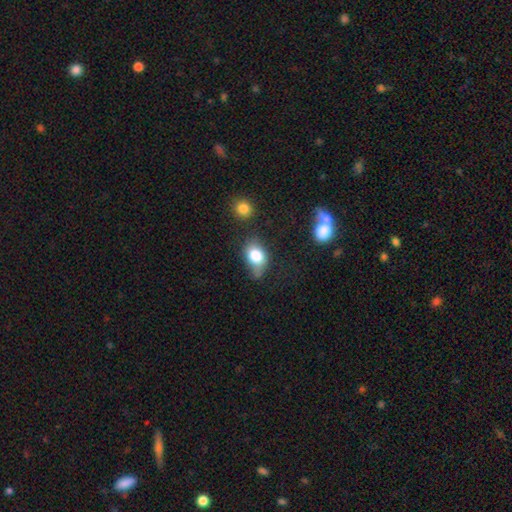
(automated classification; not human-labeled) smooth-or-featured: smooth: 78% | featured or disk: 13% | star or artifact: 9%
  how-rounded: in between: 71% | round: 27% | cigar-shaped: 2%
  merging: none: 49% | minor disturbance: 32% | major disturbance: 12% | merger: 7%